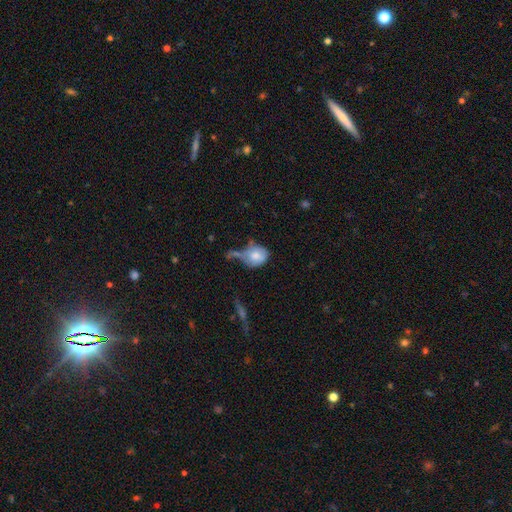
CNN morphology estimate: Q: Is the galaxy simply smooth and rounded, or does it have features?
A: smooth — 68%.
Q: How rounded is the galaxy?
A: round — 59%.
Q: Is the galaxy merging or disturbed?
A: none — 28%.